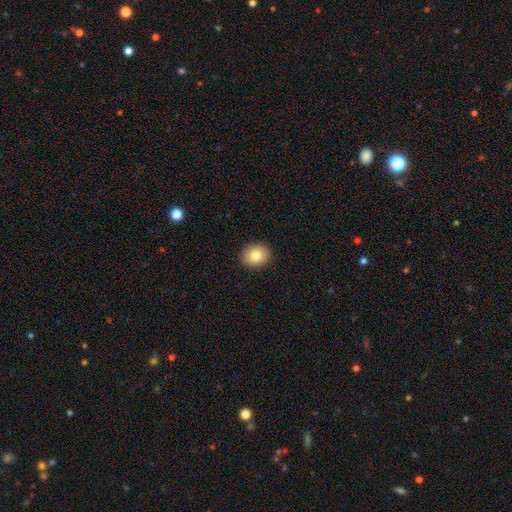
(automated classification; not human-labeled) This is clearly a smooth galaxy (81%). How rounded: possibly round (51%). Merging: clearly none (91%).